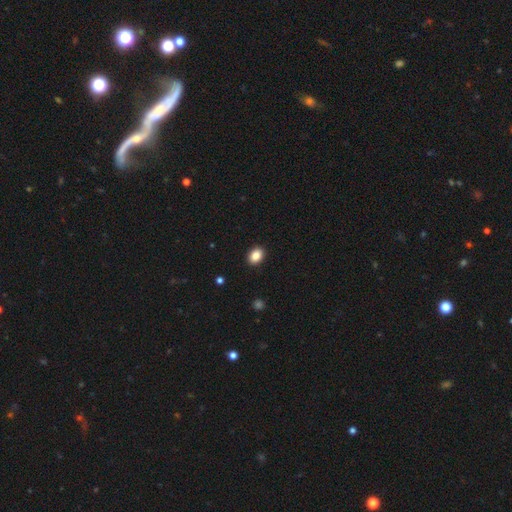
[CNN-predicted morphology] Q: Smooth or featured?
A: smooth (87%); runner-up: star or artifact (9%)
Q: How rounded?
A: in between (66%); runner-up: round (33%)
Q: Merging?
A: none (91%); runner-up: minor disturbance (6%)